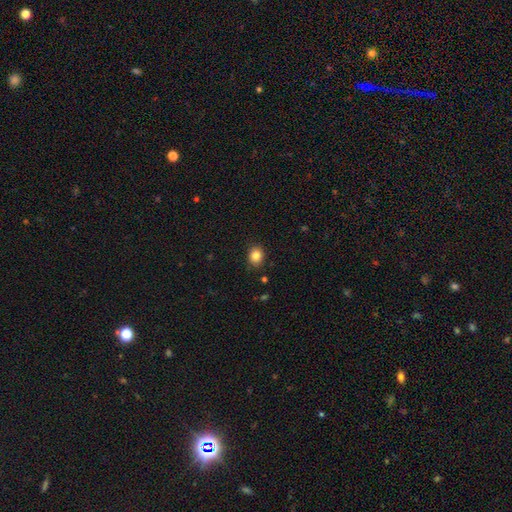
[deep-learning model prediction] Overall: smooth (84%). How rounded: round (59%; in between 40%). Merging: none (86%).